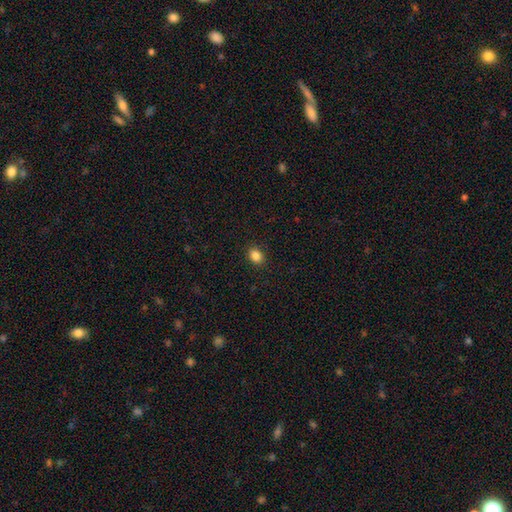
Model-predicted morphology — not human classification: type=smooth (86%); roundness=in between (57%); merging=none (90%).